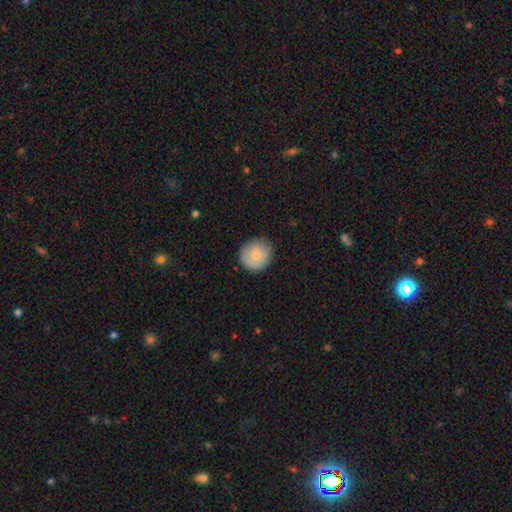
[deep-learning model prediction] smooth 76%, featured or disk 17%, star or artifact 8%. Down the decision tree: how rounded — round (87%); merging — none (80%).